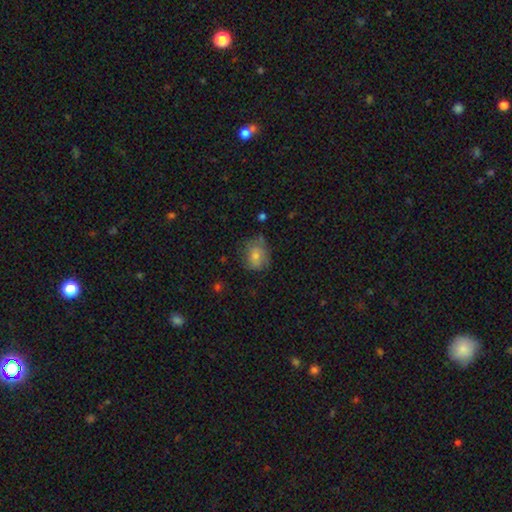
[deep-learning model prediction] Smooth or featured?
  - smooth: 62% *
  - featured or disk: 25%
  - star or artifact: 13%
How rounded?
  - round: 52% *
  - in between: 47%
  - cigar-shaped: 1%
Merging?
  - none: 64% *
  - minor disturbance: 25%
  - major disturbance: 9%
  - merger: 2%